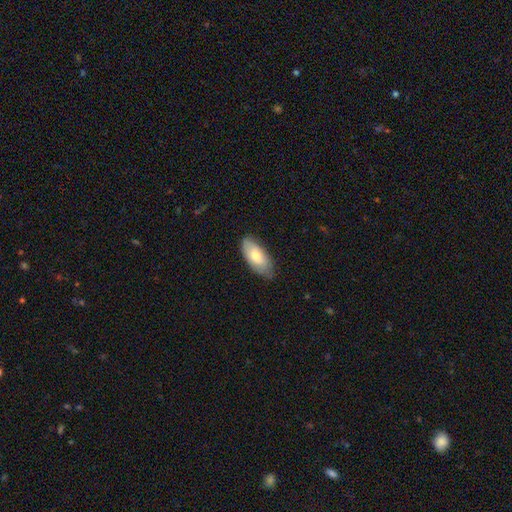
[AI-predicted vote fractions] This is likely a smooth galaxy (74%). How rounded: clearly in between (90%). Merging: likely none (75%).